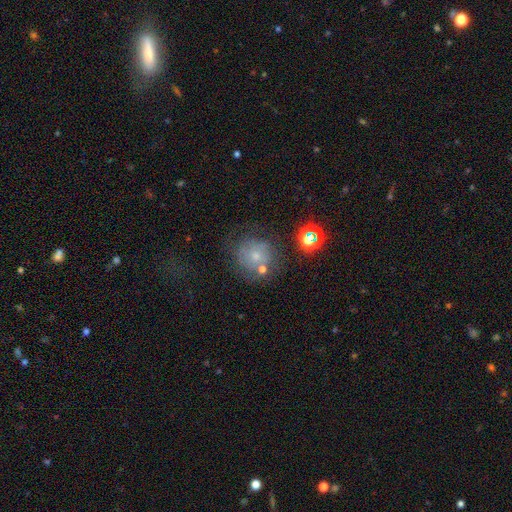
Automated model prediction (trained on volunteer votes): The model was most divided on "smooth or featured": smooth: 50%, featured or disk: 33%, star or artifact: 17%. More confident: merging — none (54%).